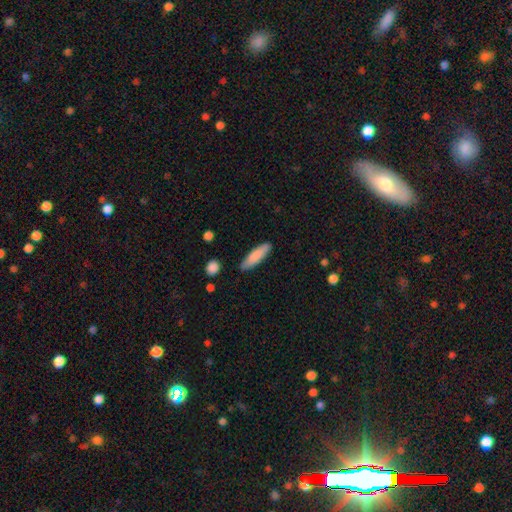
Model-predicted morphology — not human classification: Q: Smooth or featured?
A: smooth (84%); runner-up: featured or disk (10%)
Q: How rounded?
A: cigar-shaped (68%); runner-up: in between (31%)
Q: Merging?
A: none (85%); runner-up: minor disturbance (11%)